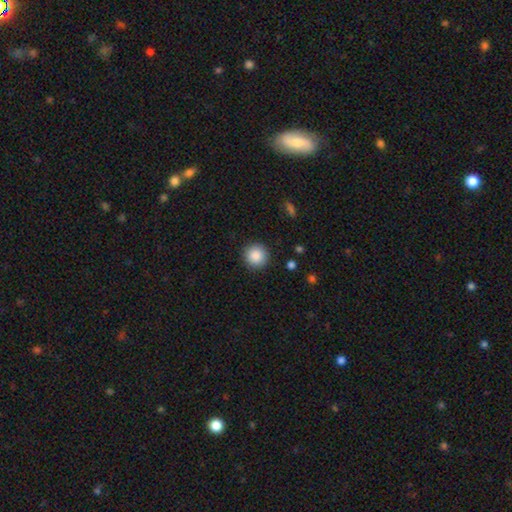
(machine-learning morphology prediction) smooth-or-featured: smooth: 87% | star or artifact: 9% | featured or disk: 4%
  how-rounded: round: 95% | in between: 4% | cigar-shaped: 1%
  merging: none: 91% | minor disturbance: 6% | major disturbance: 2% | merger: 1%